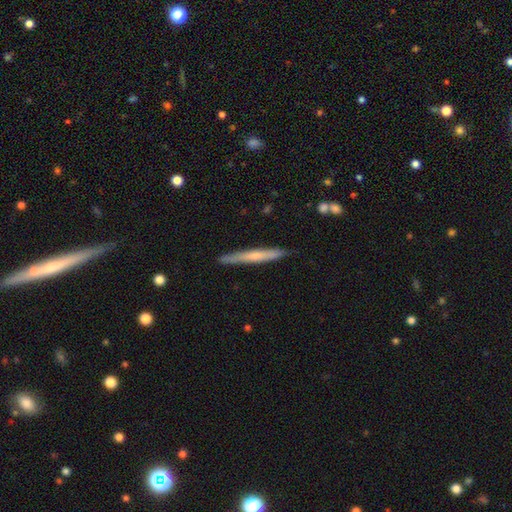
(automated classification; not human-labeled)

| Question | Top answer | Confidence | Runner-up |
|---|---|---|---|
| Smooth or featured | smooth | 51% | featured or disk (43%) |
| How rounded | cigar-shaped | 96% | in between (3%) |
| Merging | none | 88% | minor disturbance (9%) |